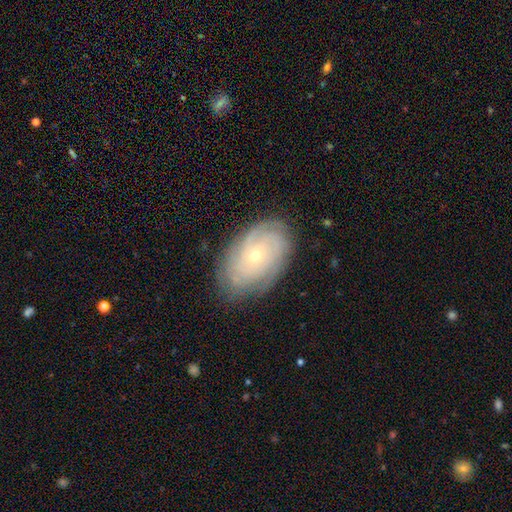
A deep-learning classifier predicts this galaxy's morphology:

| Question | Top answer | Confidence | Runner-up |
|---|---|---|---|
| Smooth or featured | featured or disk | 78% | smooth (15%) |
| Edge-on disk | no | 95% | yes (5%) |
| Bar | no | 83% | weak (14%) |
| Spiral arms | yes | 93% | no (7%) |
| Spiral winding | tight | 80% | medium (16%) |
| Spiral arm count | can't tell | 44% | 3 (15%) |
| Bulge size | small | 71% | moderate (26%) |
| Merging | none | 81% | minor disturbance (14%) |